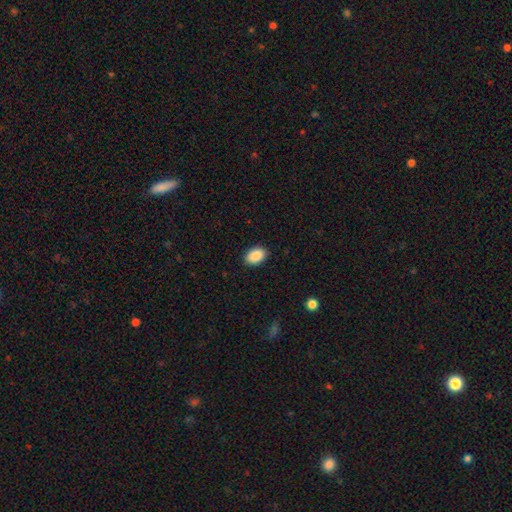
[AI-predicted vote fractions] Smooth or featured? Predicted: smooth (p=0.90). How rounded? Predicted: in between (p=0.84). Merging? Predicted: none (p=0.89).